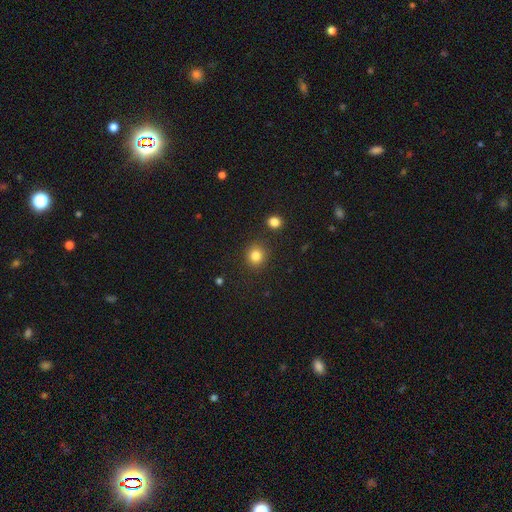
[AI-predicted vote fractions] Smooth or featured: smooth — 83% (star or artifact — 12%)
How rounded: round — 88% (in between — 11%)
Merging: none — 87% (minor disturbance — 7%)